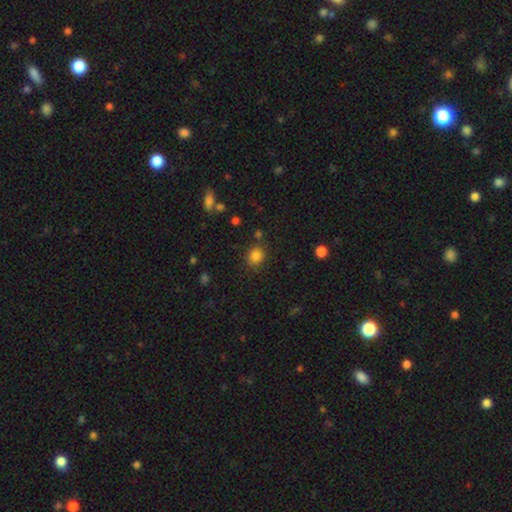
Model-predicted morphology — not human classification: Q: Smooth or featured?
A: smooth (83%); runner-up: star or artifact (12%)
Q: How rounded?
A: round (76%); runner-up: in between (23%)
Q: Merging?
A: none (82%); runner-up: minor disturbance (10%)